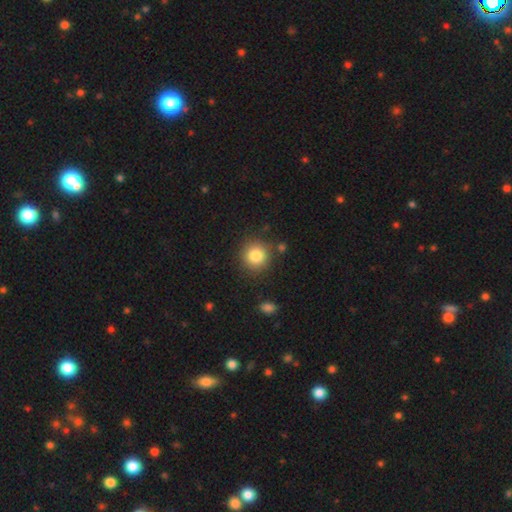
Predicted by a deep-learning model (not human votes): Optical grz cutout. It shows a smooth galaxy with no disk features (84%) that is round (92%). Merging: none (85%).